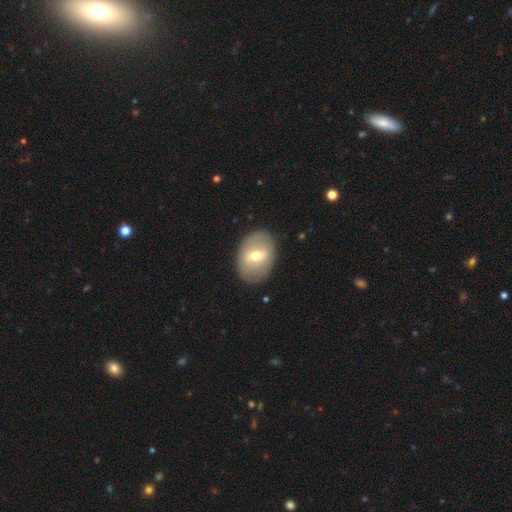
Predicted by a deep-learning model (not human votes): smooth_or_featured: featured or disk (p=0.50) [alt: smooth p=0.43]
disk_edge_on: no (p=0.92) [alt: yes p=0.08]
merging: none (p=0.84) [alt: minor disturbance p=0.12]